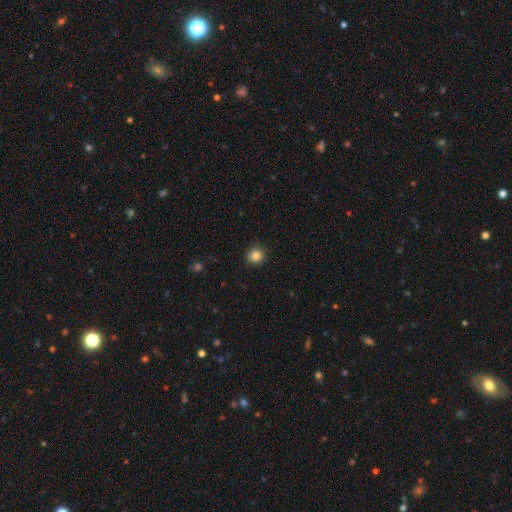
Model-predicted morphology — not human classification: This is clearly a smooth galaxy (85%). How rounded: clearly round (92%). Merging: clearly none (91%).